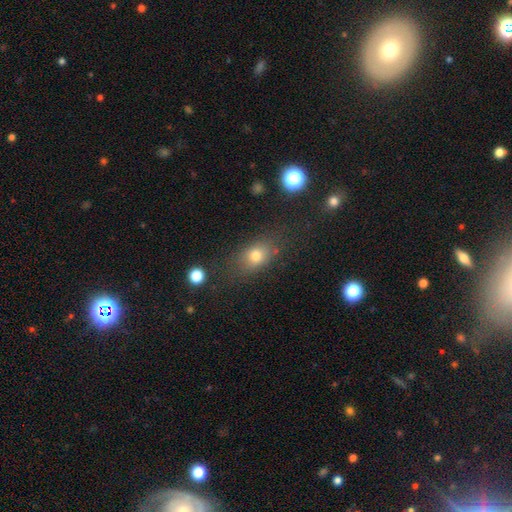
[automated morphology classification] Overall: smooth (74%). How rounded: in between (67%; round 30%). Merging: none (72%).